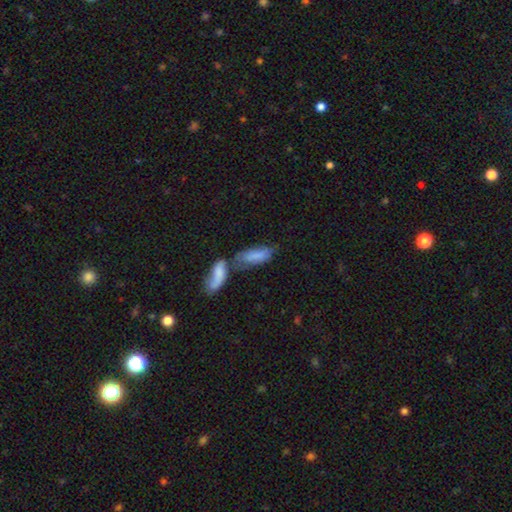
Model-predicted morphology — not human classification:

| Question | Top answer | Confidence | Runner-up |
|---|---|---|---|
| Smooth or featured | smooth | 75% | featured or disk (18%) |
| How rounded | in between | 74% | cigar-shaped (24%) |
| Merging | merger | 48% | none (29%) |